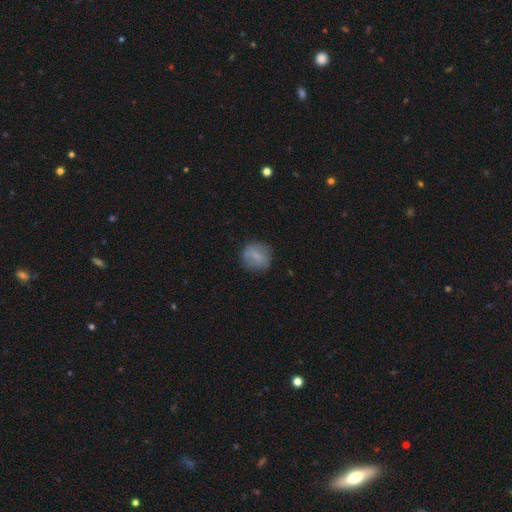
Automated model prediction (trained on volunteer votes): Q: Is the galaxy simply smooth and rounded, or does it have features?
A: smooth — 71%.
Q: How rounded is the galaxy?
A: round — 78%.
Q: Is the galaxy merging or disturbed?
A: none — 79%.